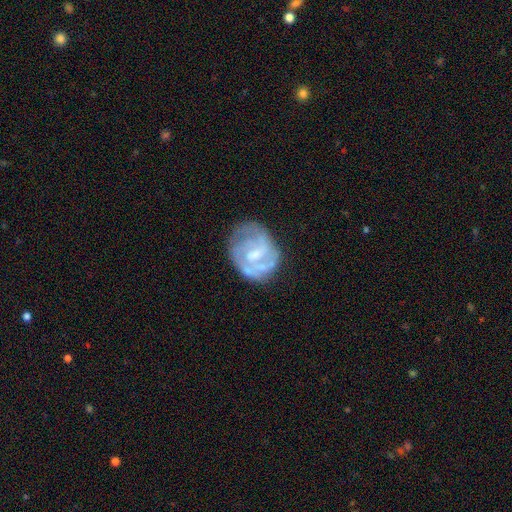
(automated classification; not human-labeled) A featured or disk galaxy (75%) with a weak bar (51%), 2 (35%, tied with can't tell) tight (46%) spiral arms (77%) and a small central bulge (43%).

Vote fractions:
- Smooth or featured? featured or disk: 75% / smooth: 19% / star or artifact: 6%
- Edge-on disk? no: 98% / yes: 2%
- Bar? weak: 51% / no: 35% / strong: 14%
- Spiral arms? yes: 77% / no: 23%
- Spiral winding? tight: 46% / medium: 39% / loose: 15%
- Spiral arm count? 2: 35% (tied) / can't tell: 35% (tied) / 3: 16% / 1: 7% / 4: 4% / more than 4: 3%
- Bulge size? small: 43% / moderate: 35% / none: 18% / large: 3% / dominant: 1%
- Merging? none: 60% / minor disturbance: 23% / major disturbance: 15% / merger: 3%